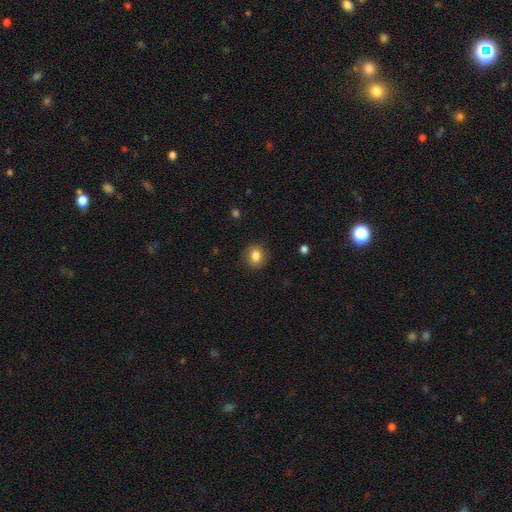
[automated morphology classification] Smooth or featured?
  - smooth: 82% *
  - featured or disk: 9%
  - star or artifact: 9%
How rounded?
  - round: 72% *
  - in between: 27%
  - cigar-shaped: 1%
Merging?
  - none: 85% *
  - minor disturbance: 11%
  - major disturbance: 3%
  - merger: 1%